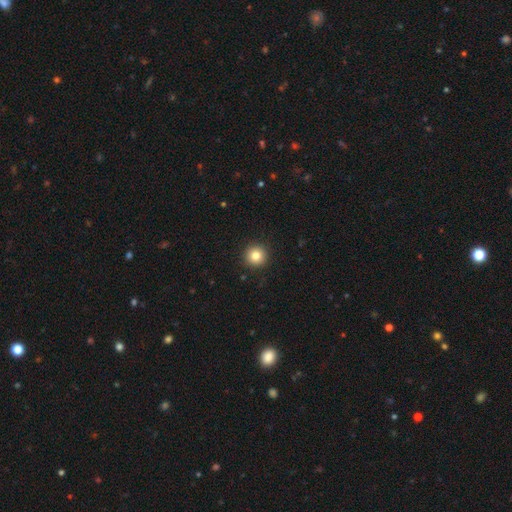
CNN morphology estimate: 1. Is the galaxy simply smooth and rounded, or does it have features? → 83% smooth, 11% star or artifact, 6% featured or disk.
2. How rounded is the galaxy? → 95% round, 4% in between, 1% cigar-shaped.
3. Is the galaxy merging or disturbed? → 92% none, 5% minor disturbance, 2% major disturbance, 1% merger.